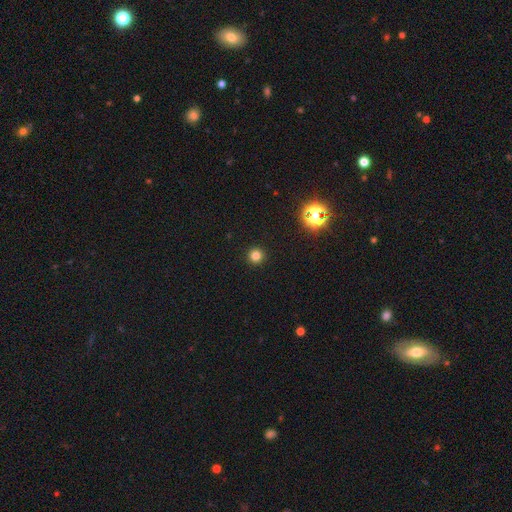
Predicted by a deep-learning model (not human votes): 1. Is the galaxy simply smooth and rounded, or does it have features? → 80% smooth, 16% star or artifact, 4% featured or disk.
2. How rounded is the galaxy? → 96% round, 3% in between, 1% cigar-shaped.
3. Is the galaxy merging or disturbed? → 93% none, 4% minor disturbance, 2% major disturbance, 1% merger.